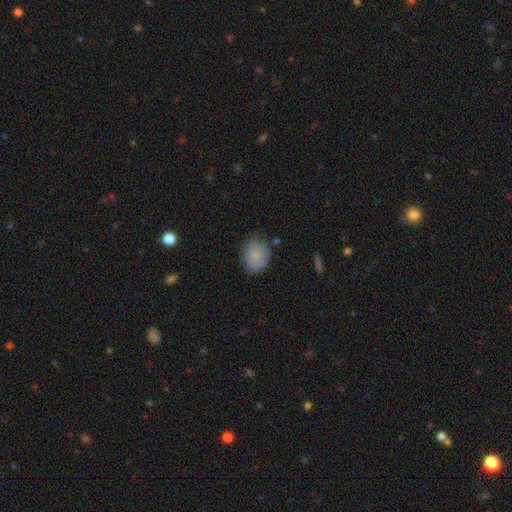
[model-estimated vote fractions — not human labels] smooth-or-featured: smooth: 82% | featured or disk: 10% | star or artifact: 8%
  how-rounded: round: 60% | in between: 39% | cigar-shaped: 1%
  merging: none: 75% | minor disturbance: 19% | major disturbance: 4% | merger: 2%